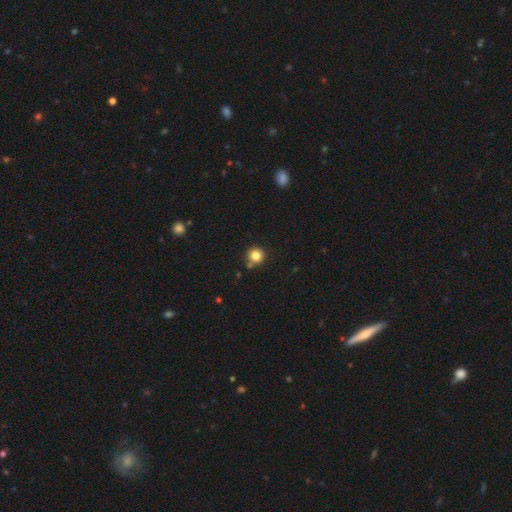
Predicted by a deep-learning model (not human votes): Overall: smooth (83%). How rounded: round (93%). Merging: none (78%).